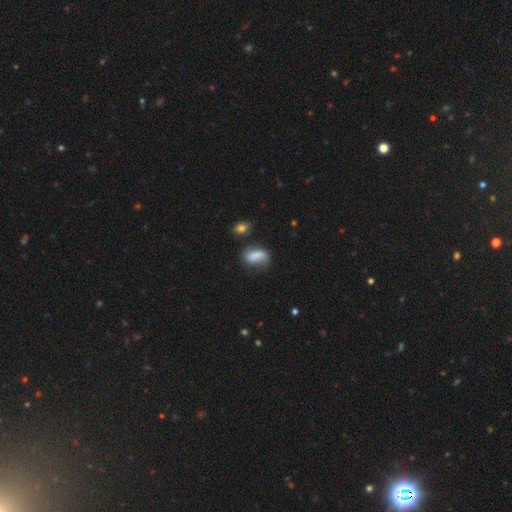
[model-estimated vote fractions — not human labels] smooth 76%, featured or disk 15%, star or artifact 9%. Down the decision tree: how rounded — in between (83%); merging — none (52%).